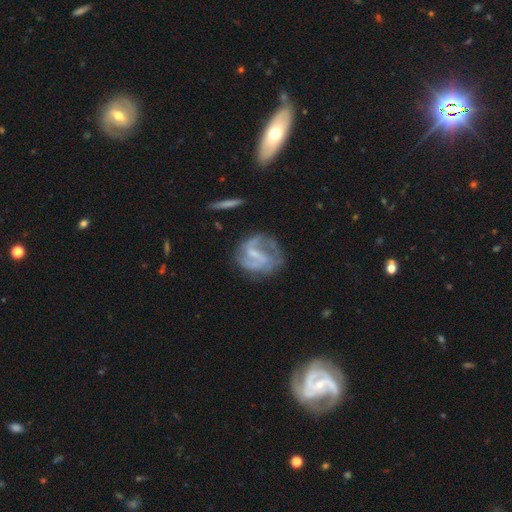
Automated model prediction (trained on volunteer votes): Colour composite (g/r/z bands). It shows a featured or disk galaxy (74%) with a weak bar (46%), 2 (59%) medium (41%) spiral arms (78%) and a small central bulge (40%, tied with none). Merging: none (54%).